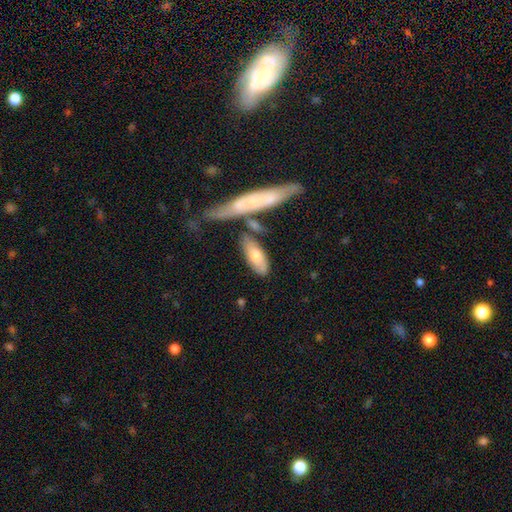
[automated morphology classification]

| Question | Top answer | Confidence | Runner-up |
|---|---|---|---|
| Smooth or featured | smooth | 68% | featured or disk (27%) |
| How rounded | in between | 65% | cigar-shaped (33%) |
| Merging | none | 61% | minor disturbance (19%) |